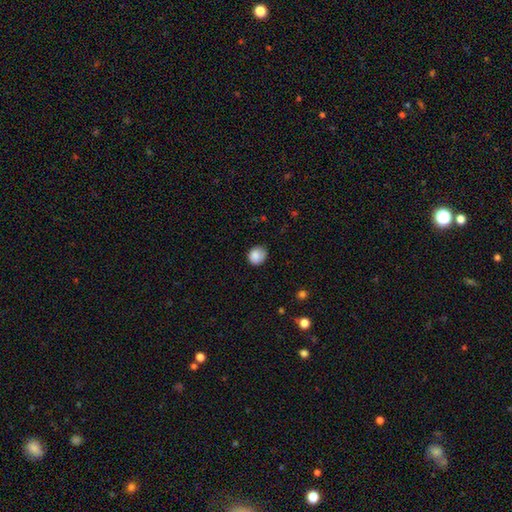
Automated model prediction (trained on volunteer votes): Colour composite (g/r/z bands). It shows a smooth galaxy with no disk features (86%) that is round (68%). Merging: none (70%).